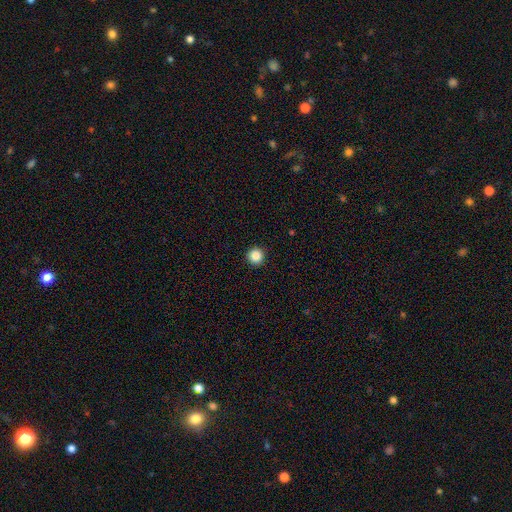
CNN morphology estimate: Smooth or featured? smooth (86%)
How rounded? round (96%)
Merging? none (93%)